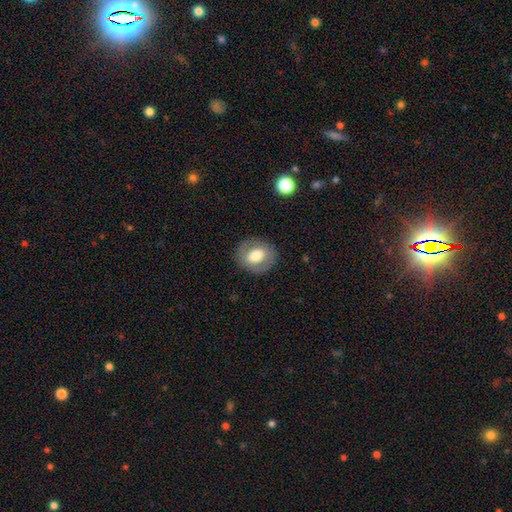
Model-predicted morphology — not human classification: Q: Smooth or featured?
A: smooth (62%); runner-up: featured or disk (30%)
Q: How rounded?
A: round (59%); runner-up: in between (40%)
Q: Merging?
A: none (84%); runner-up: minor disturbance (10%)